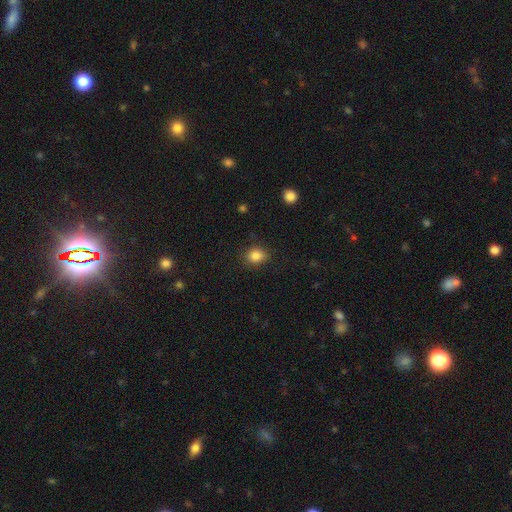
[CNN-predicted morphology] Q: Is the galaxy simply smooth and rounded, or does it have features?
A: smooth — 85%.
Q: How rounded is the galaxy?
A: round — 66%.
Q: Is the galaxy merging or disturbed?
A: none — 85%.